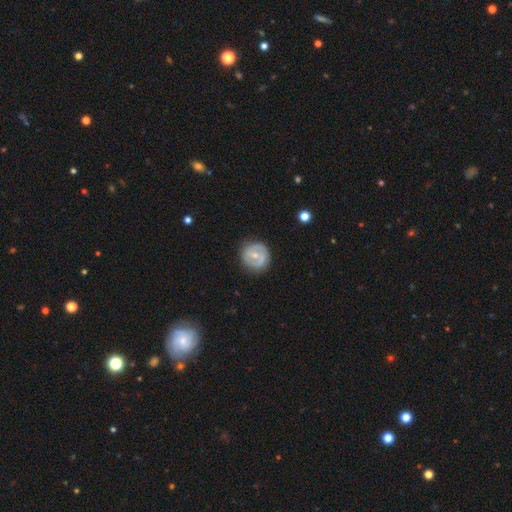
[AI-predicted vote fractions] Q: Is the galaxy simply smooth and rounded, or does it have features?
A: featured or disk — 61%.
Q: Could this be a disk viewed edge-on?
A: no — 97%.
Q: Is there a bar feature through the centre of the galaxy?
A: weak — 45%.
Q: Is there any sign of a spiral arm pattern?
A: yes — 58%.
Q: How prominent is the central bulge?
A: moderate — 49%.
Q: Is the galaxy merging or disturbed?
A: none — 81%.